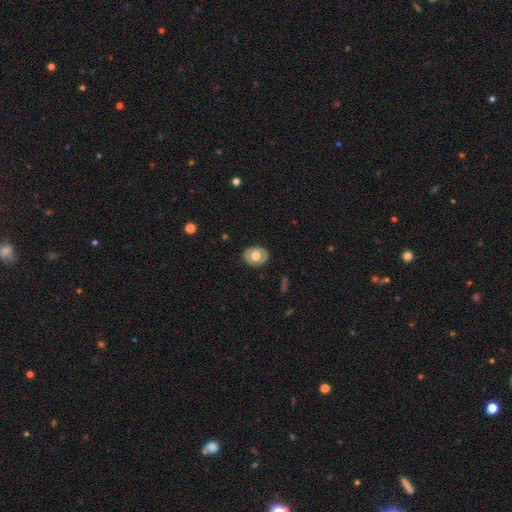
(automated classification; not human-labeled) Smooth or featured: smooth — 62% (featured or disk — 31%)
How rounded: round — 55% (in between — 44%)
Merging: none — 86% (minor disturbance — 11%)